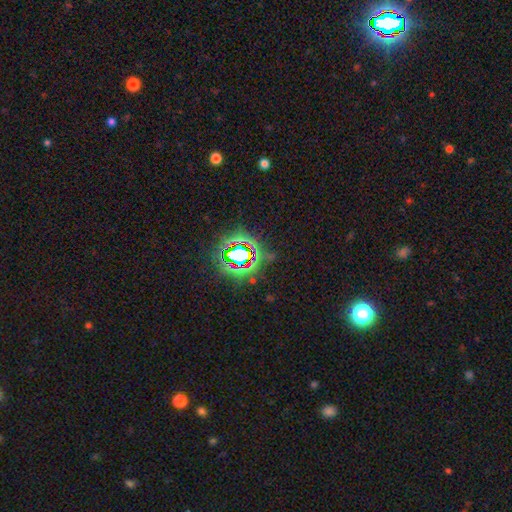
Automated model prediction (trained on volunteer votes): Smooth or featured? Predicted: star or artifact (p=0.83).